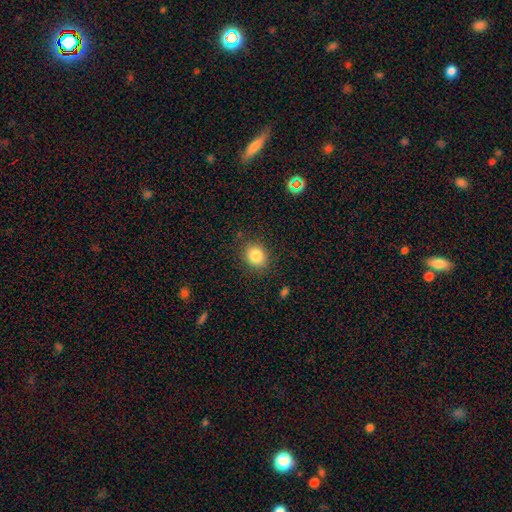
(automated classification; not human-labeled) This appears to be a smooth galaxy with no disk features (84%) that is round (64%). Merging: none (85%).